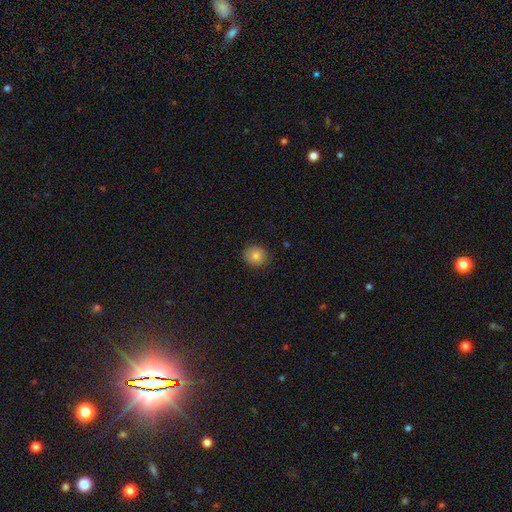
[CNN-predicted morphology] Smooth or featured? smooth (81%)
How rounded? round (86%)
Merging? none (88%)